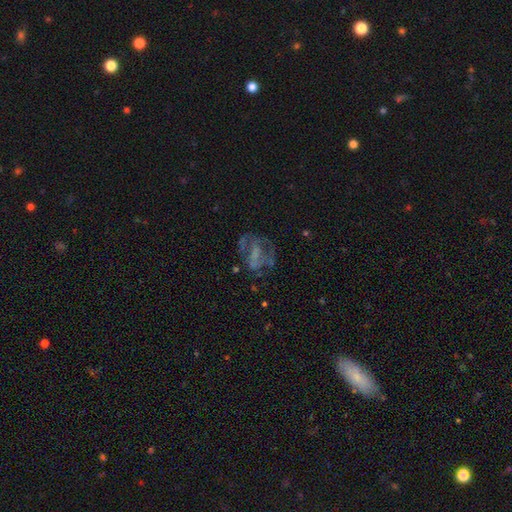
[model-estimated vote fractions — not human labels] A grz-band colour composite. It shows a featured or disk galaxy (60%) with no bar (58%), no spiral arms (67%) and no central bulge (56%). Merging: none (48%).